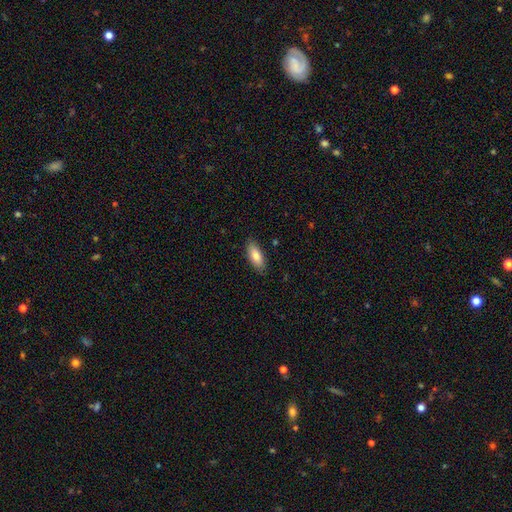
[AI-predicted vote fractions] A smooth galaxy with no disk features (82%) that is in between round and cigar-shaped (82%). Merging: none (85%).